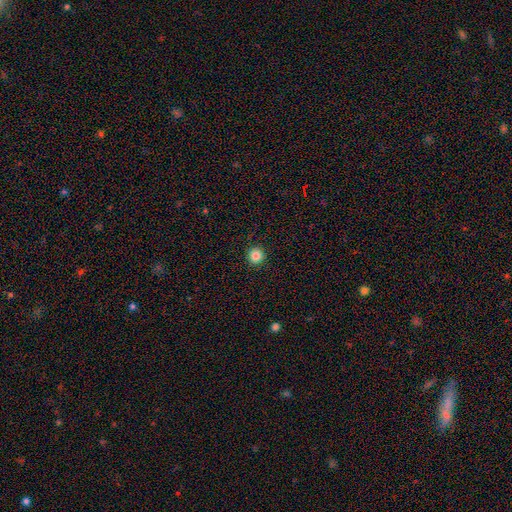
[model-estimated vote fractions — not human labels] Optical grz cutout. It shows a smooth galaxy with no disk features (85%) that is round (94%). Merging: none (93%).